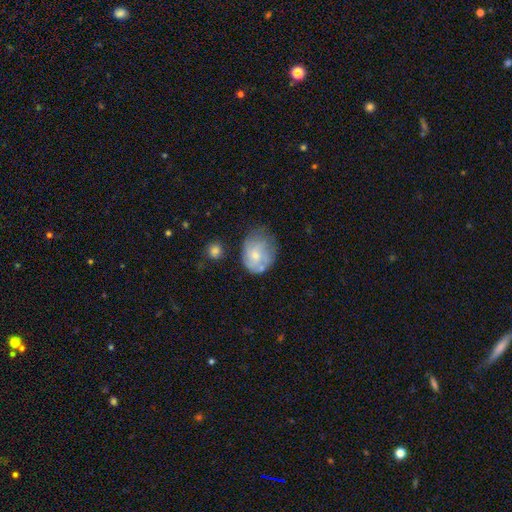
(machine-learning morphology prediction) smooth-or-featured: smooth: 56% | featured or disk: 36% | star or artifact: 7%
  how-rounded: in between: 50% | round: 49% | cigar-shaped: 1%
  merging: none: 43% | minor disturbance: 34% | major disturbance: 17% | merger: 7%